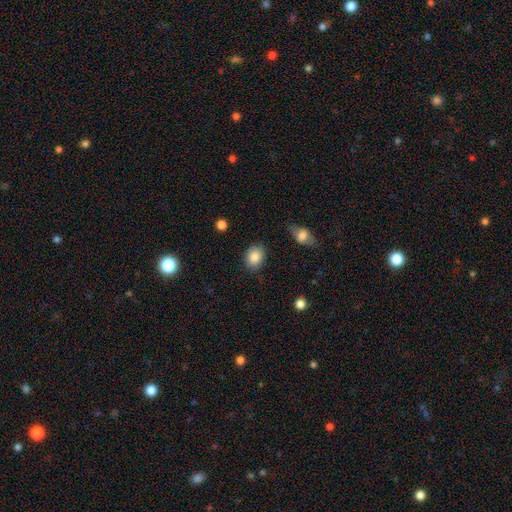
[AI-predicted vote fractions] smooth 85%, star or artifact 8%, featured or disk 7%. Down the decision tree: how rounded — in between (53%); merging — none (83%).